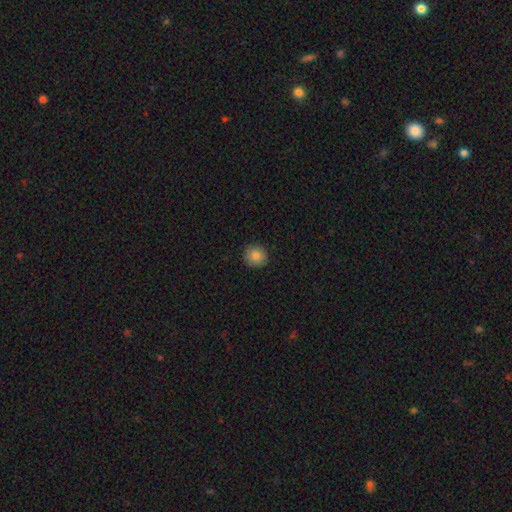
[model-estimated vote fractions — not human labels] smooth-or-featured: smooth: 84% | star or artifact: 10% | featured or disk: 6%
  how-rounded: round: 93% | in between: 6% | cigar-shaped: 1%
  merging: none: 91% | minor disturbance: 6% | major disturbance: 2% | merger: 1%